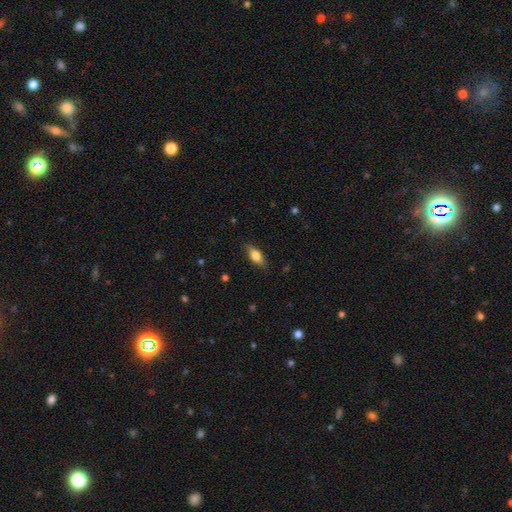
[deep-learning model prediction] Overall: smooth (72%). How rounded: in between (77%). Merging: none (81%).